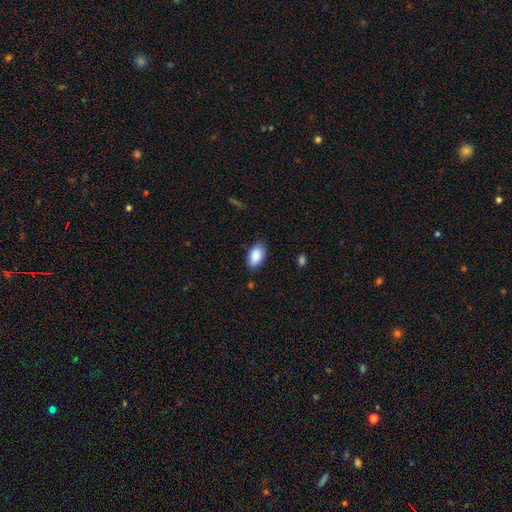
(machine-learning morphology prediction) The model was most divided on "merging": none: 81%, minor disturbance: 15%, major disturbance: 3%, merger: 1%. More confident: how rounded — in between (94%); smooth or featured — smooth (88%).